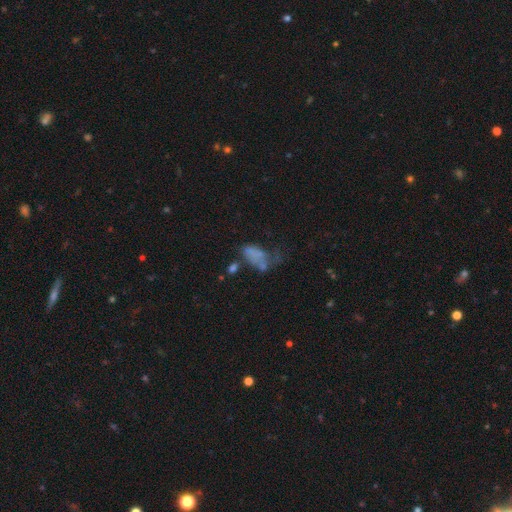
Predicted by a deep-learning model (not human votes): A smooth galaxy with no disk features (54%) that is in between round and cigar-shaped (89%).

Vote fractions:
- Smooth or featured? smooth: 54% / featured or disk: 29% / star or artifact: 17%
- How rounded? in between: 89% / round: 6% / cigar-shaped: 5%
- Merging? major disturbance: 40% / none: 21% / merger: 21% / minor disturbance: 19%